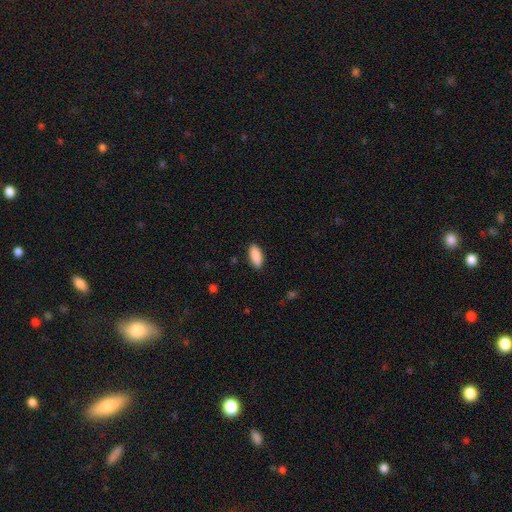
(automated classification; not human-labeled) smooth_or_featured: smooth (p=0.90) [alt: star or artifact p=0.06]
how_rounded: in between (p=0.85) [alt: cigar-shaped p=0.13]
merging: none (p=0.89) [alt: minor disturbance p=0.08]